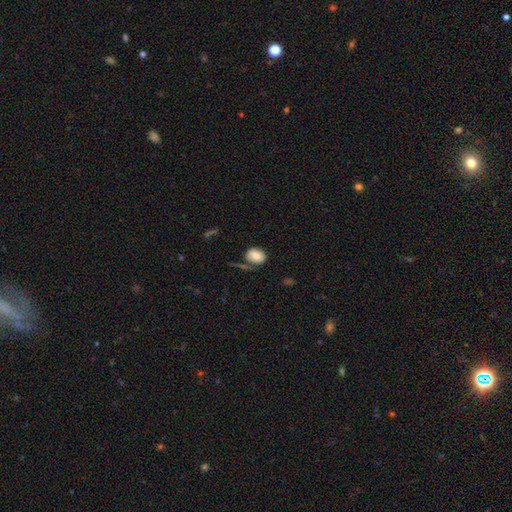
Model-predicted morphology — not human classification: type=smooth (80%); roundness=in between (69%); merging=none (60%).